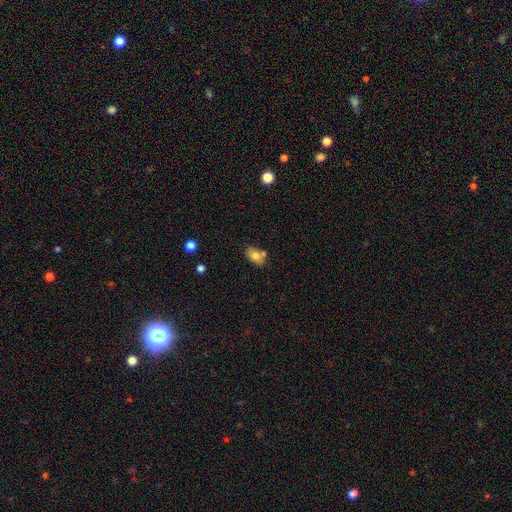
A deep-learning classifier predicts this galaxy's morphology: Overall: smooth (77%). How rounded: in between (87%). Merging: none (65%).